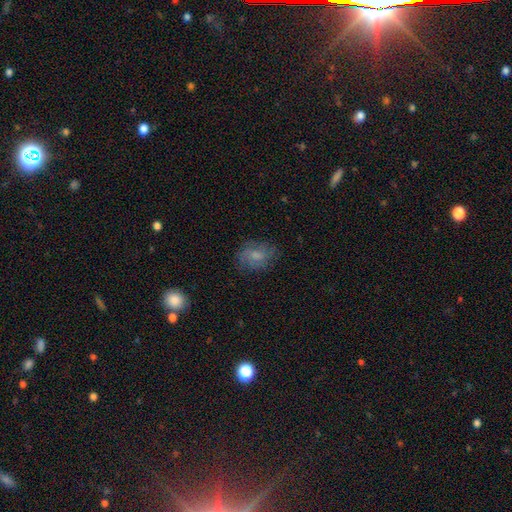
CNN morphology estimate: The model was most divided on "smooth or featured": smooth: 60%, featured or disk: 30%, star or artifact: 10%. More confident: merging — none (72%); how rounded — in between (68%).